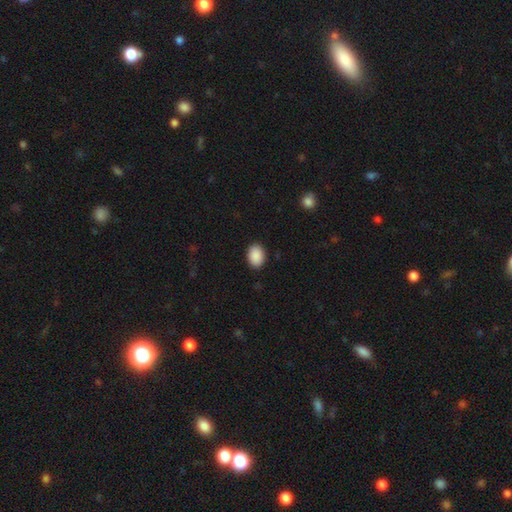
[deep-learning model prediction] A smooth galaxy with no disk features (91%) that is in between round and cigar-shaped (79%). Merging: none (90%).